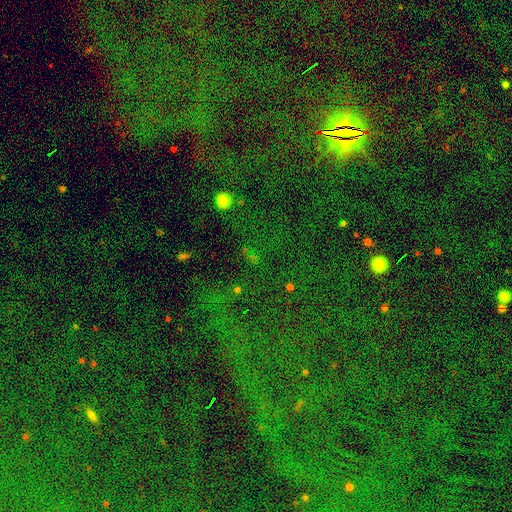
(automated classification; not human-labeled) A star or artifact, not a galaxy (83%).

Vote fractions:
- Smooth or featured? star or artifact: 83% / smooth: 10% / featured or disk: 7%